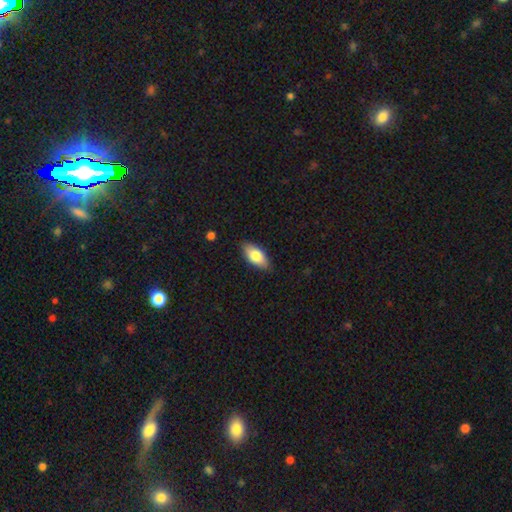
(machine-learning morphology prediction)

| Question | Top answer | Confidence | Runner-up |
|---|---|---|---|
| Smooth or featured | smooth | 79% | featured or disk (15%) |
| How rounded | in between | 90% | cigar-shaped (8%) |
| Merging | none | 86% | minor disturbance (11%) |